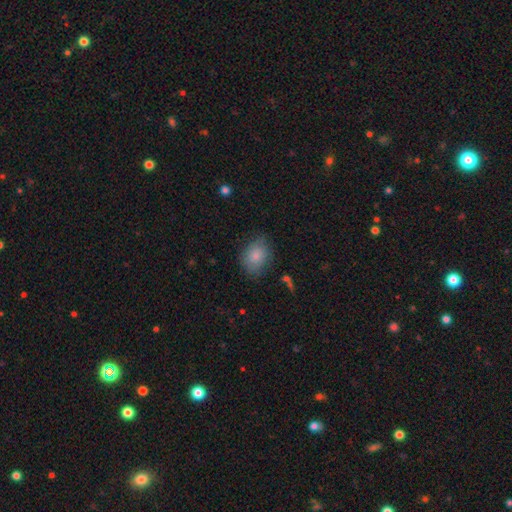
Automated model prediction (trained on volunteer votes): Smooth or featured? smooth (83%)
How rounded? in between (66%)
Merging? none (74%)